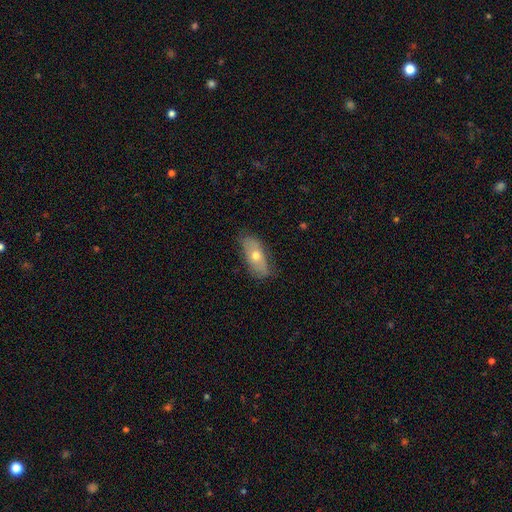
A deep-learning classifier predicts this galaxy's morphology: smooth 58%, featured or disk 35%, star or artifact 7%. Down the decision tree: how rounded — in between (81%); merging — none (76%).